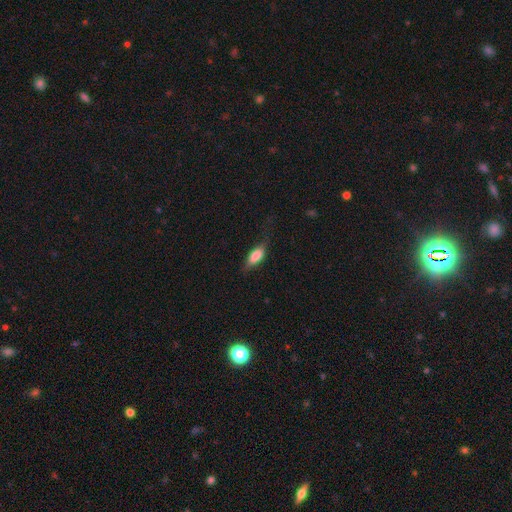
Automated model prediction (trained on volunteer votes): Smooth or featured?
  - smooth: 76% *
  - featured or disk: 17%
  - star or artifact: 7%
How rounded?
  - in between: 77% *
  - cigar-shaped: 19%
  - round: 4%
Merging?
  - none: 58% *
  - minor disturbance: 27%
  - major disturbance: 14%
  - merger: 2%